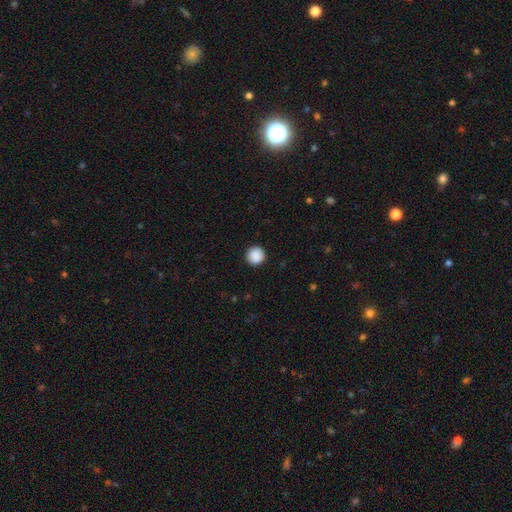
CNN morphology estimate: type=smooth (89%); roundness=round (96%); merging=none (92%).